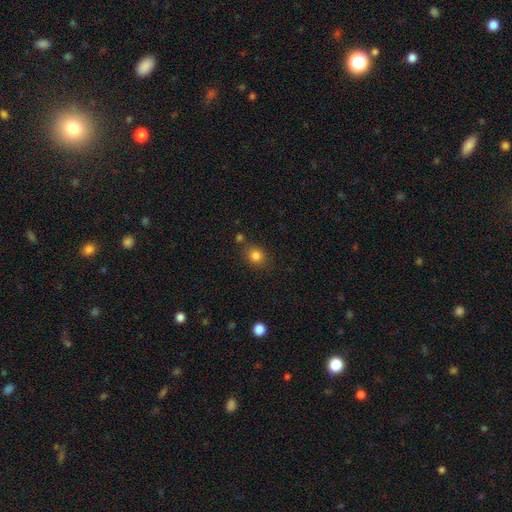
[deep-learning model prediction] A smooth galaxy with no disk features (83%) that is round (68%).

Vote fractions:
- Smooth or featured? smooth: 83% / star or artifact: 12% / featured or disk: 6%
- How rounded? round: 68% / in between: 31% / cigar-shaped: 1%
- Merging? none: 77% / minor disturbance: 12% / merger: 8% / major disturbance: 4%